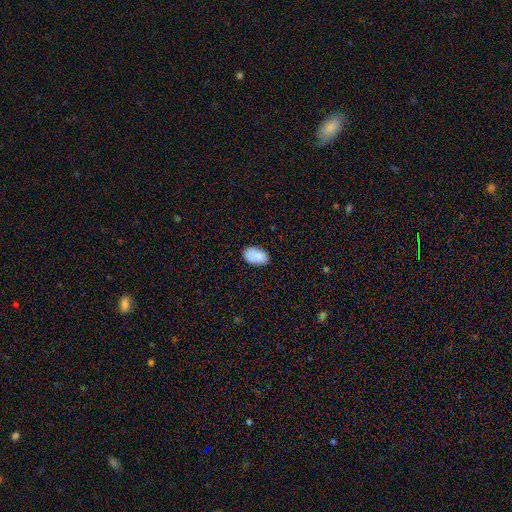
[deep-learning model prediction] Smooth or featured?
  - smooth: 85% *
  - featured or disk: 8%
  - star or artifact: 7%
How rounded?
  - in between: 91% *
  - round: 8%
  - cigar-shaped: 1%
Merging?
  - none: 76% *
  - minor disturbance: 18%
  - major disturbance: 4%
  - merger: 3%